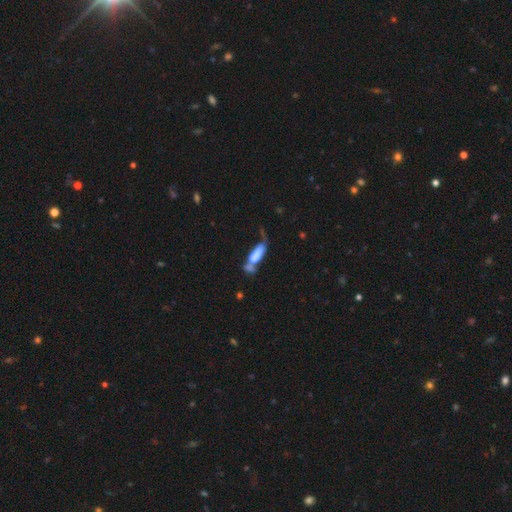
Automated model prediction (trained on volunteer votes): Smooth or featured? Predicted: smooth (p=0.67). How rounded? Predicted: in between (p=0.54). Merging? Predicted: merger (p=0.41).